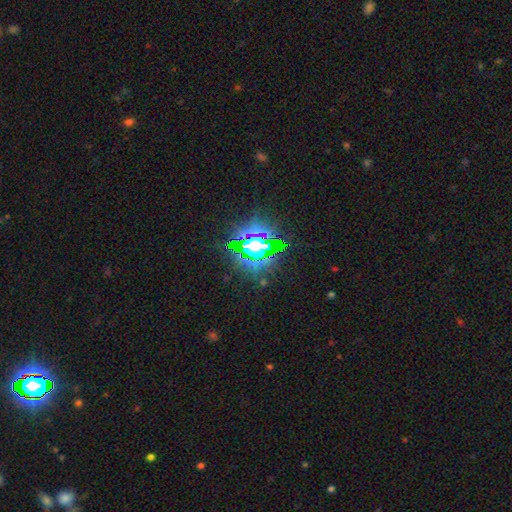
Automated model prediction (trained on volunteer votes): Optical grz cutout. It shows a star or artifact, not a galaxy (79%).